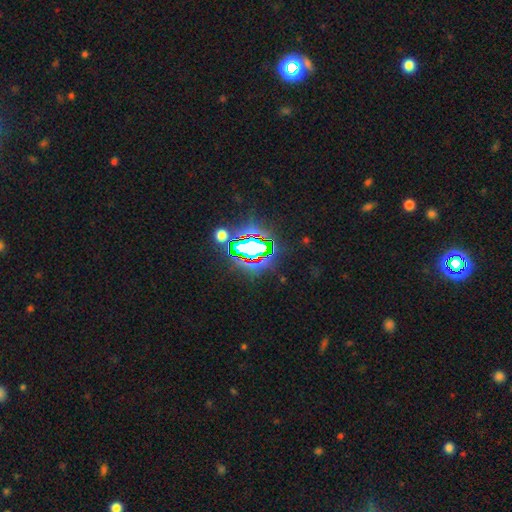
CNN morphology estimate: This appears to be a star or artifact, not a galaxy (71%).